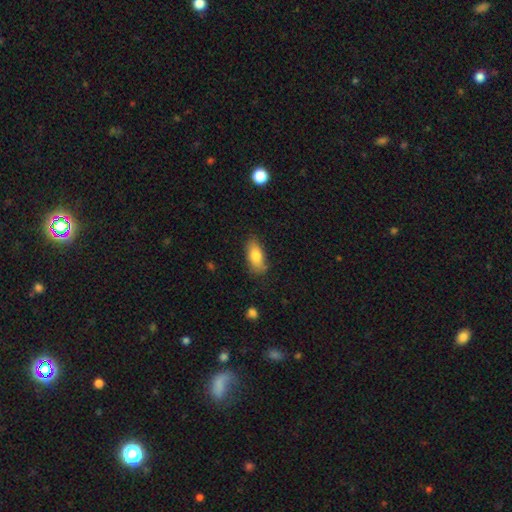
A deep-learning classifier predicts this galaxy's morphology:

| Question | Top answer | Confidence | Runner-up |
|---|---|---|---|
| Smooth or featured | smooth | 80% | featured or disk (13%) |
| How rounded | in between | 86% | cigar-shaped (10%) |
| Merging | none | 74% | minor disturbance (20%) |